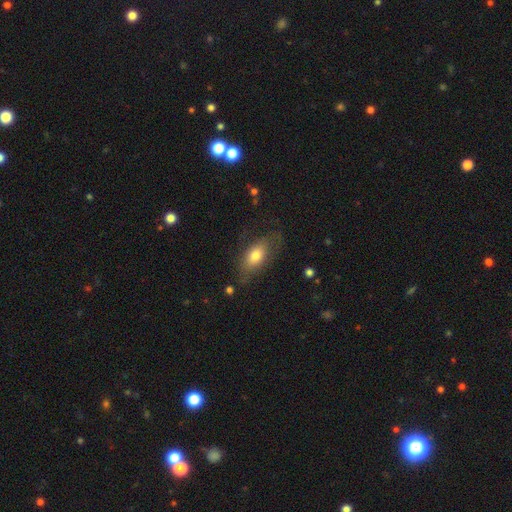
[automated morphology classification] type=smooth (68%); roundness=in between (86%); merging=none (63%).